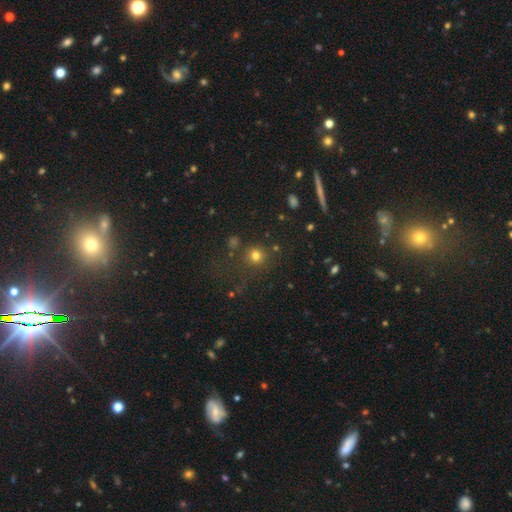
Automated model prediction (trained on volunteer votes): The model was most divided on "smooth or featured": smooth: 74%, star or artifact: 20%, featured or disk: 7%. More confident: how rounded — round (92%); merging — none (79%).